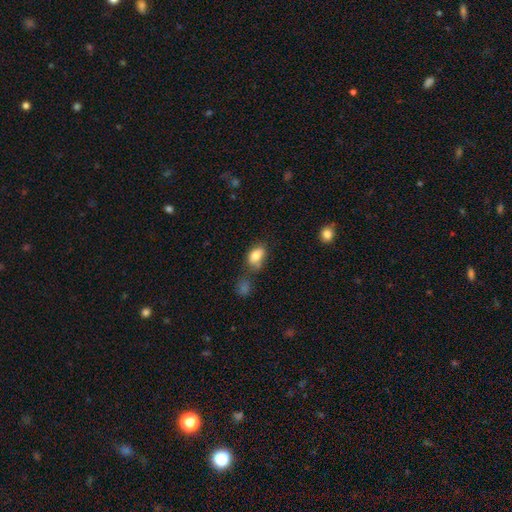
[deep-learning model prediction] Q: Smooth or featured?
A: smooth (80%); runner-up: featured or disk (11%)
Q: How rounded?
A: in between (81%); runner-up: round (17%)
Q: Merging?
A: none (47%); runner-up: minor disturbance (28%)